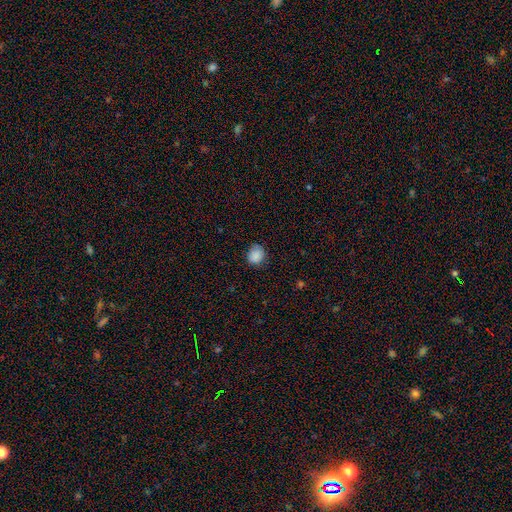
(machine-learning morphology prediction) This appears to be a smooth galaxy with no disk features (86%) that is round (72%). Merging: none (78%).